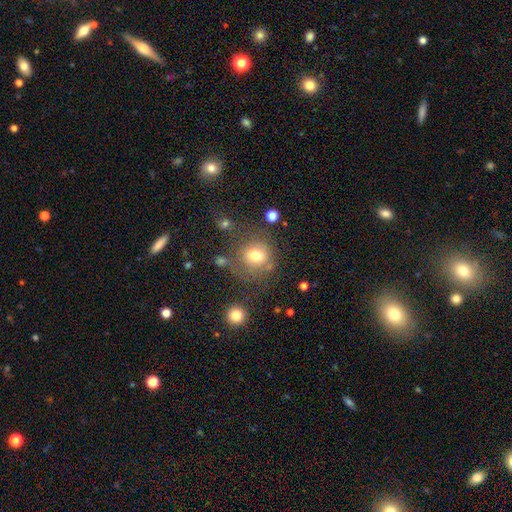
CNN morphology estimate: The model was most divided on "merging": none: 65%, minor disturbance: 16%, major disturbance: 11%, merger: 9%. More confident: how rounded — round (85%); smooth or featured — smooth (75%).